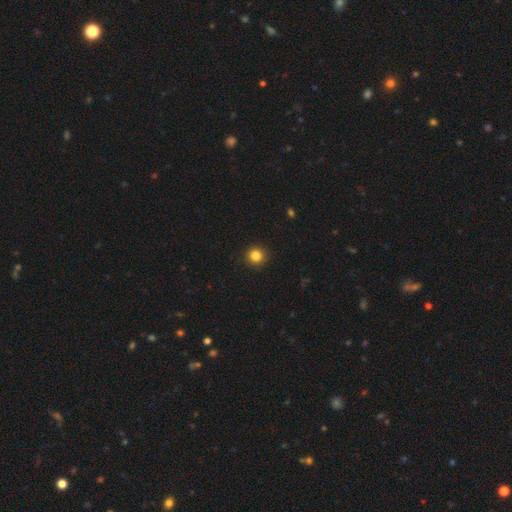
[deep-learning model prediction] A smooth galaxy with no disk features (84%) that is round (94%).

Vote fractions:
- Smooth or featured? smooth: 84% / star or artifact: 12% / featured or disk: 4%
- How rounded? round: 94% / in between: 5% / cigar-shaped: 1%
- Merging? none: 92% / minor disturbance: 5% / major disturbance: 2% / merger: 1%